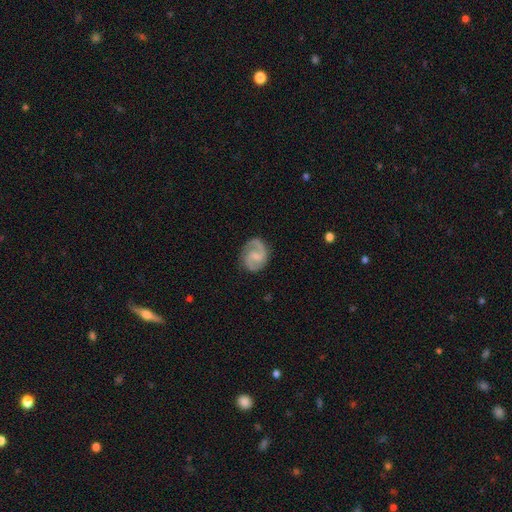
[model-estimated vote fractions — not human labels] featured or disk 85%, smooth 10%, star or artifact 5%. Down the decision tree: edge-on disk — no (98%); bar — weak (55%); spiral arms — yes (97%); spiral arm count — 2 (91%); spiral winding — medium (58%); bulge size — small (42%); merging — none (82%).